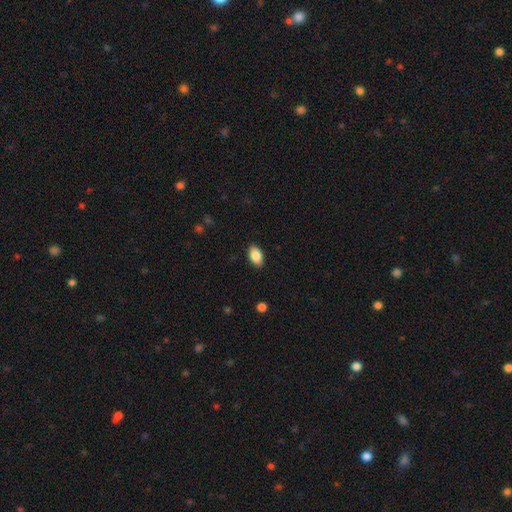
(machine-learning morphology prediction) This appears to be a smooth galaxy with no disk features (86%) that is in between round and cigar-shaped (93%). Merging: none (88%).